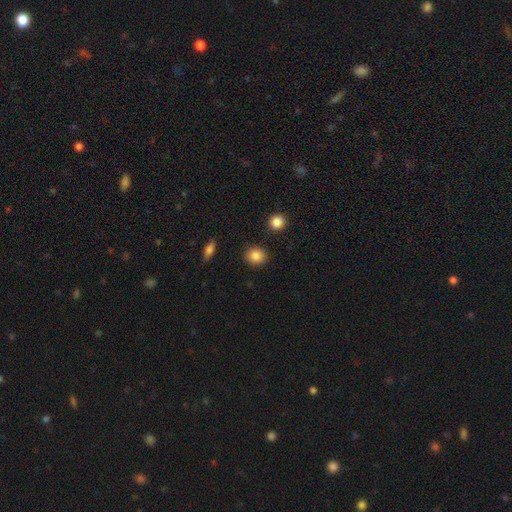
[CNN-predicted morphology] A smooth galaxy with no disk features (86%) that is round (79%).

Vote fractions:
- Smooth or featured? smooth: 86% / star or artifact: 9% / featured or disk: 5%
- How rounded? round: 79% / in between: 19% / cigar-shaped: 1%
- Merging? none: 90% / minor disturbance: 6% / merger: 2% / major disturbance: 2%